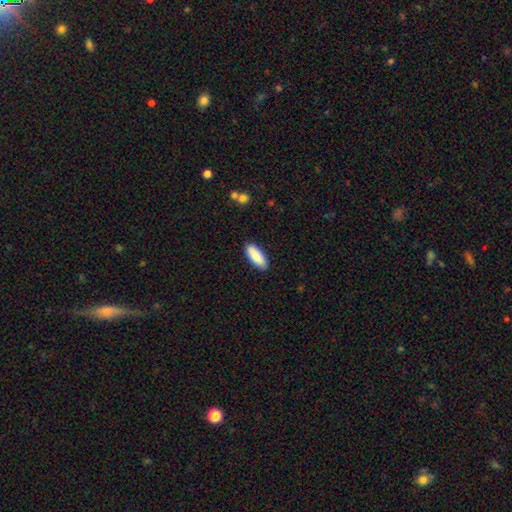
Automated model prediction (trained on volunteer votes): Smooth or featured? smooth (89%)
How rounded? in between (68%)
Merging? none (89%)